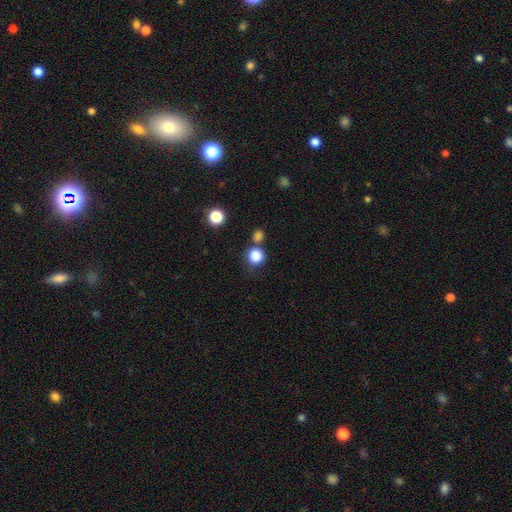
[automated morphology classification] This is clearly a smooth galaxy (84%). How rounded: clearly round (87%). Merging: likely none (63%).